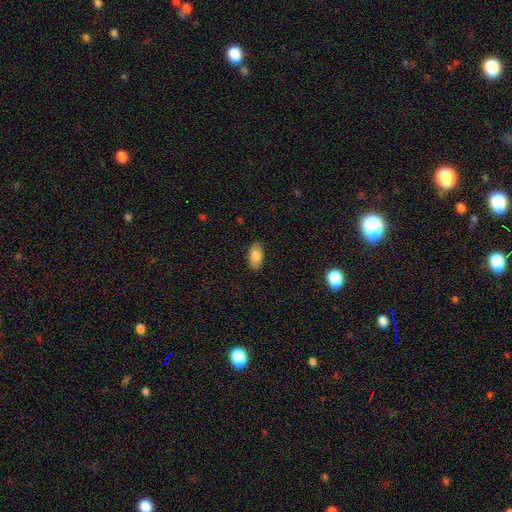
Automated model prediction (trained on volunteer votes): Smooth or featured?
  - smooth: 83% *
  - featured or disk: 10%
  - star or artifact: 7%
How rounded?
  - in between: 93% *
  - round: 4%
  - cigar-shaped: 3%
Merging?
  - none: 87% *
  - minor disturbance: 9%
  - major disturbance: 2%
  - merger: 1%